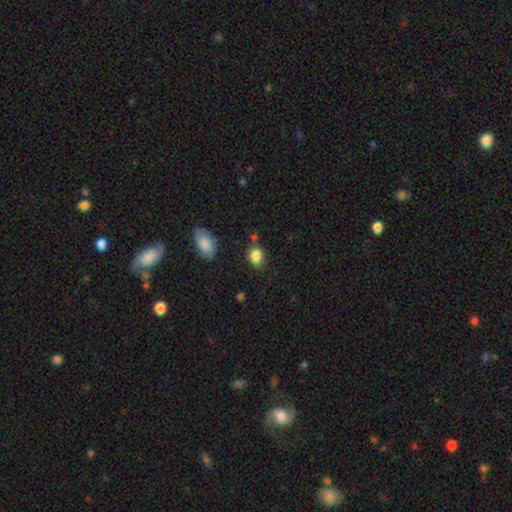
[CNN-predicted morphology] A smooth galaxy with no disk features (86%) that is in between round and cigar-shaped (67%).

Vote fractions:
- Smooth or featured? smooth: 86% / star or artifact: 9% / featured or disk: 5%
- How rounded? in between: 67% / round: 32% / cigar-shaped: 1%
- Merging? none: 72% / minor disturbance: 19% / merger: 5% / major disturbance: 4%